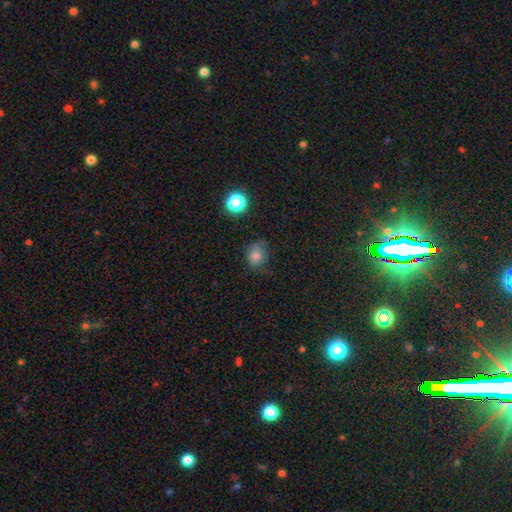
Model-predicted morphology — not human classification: The model was most divided on "how rounded": round: 65%, in between: 34%, cigar-shaped: 1%. More confident: smooth or featured — smooth (75%); merging — none (65%).